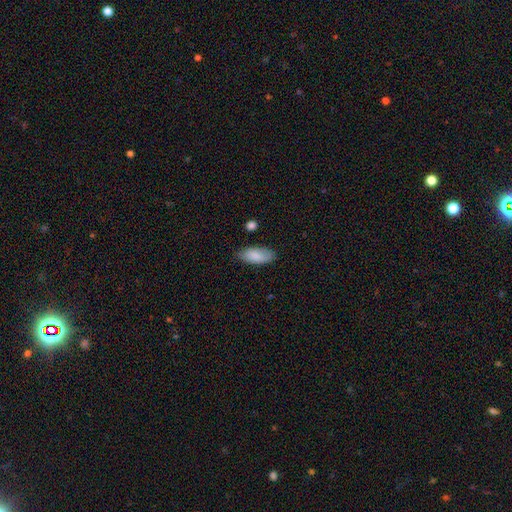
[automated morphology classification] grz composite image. It shows a smooth galaxy with no disk features (87%) that is in between round and cigar-shaped (85%). Merging: none (80%).